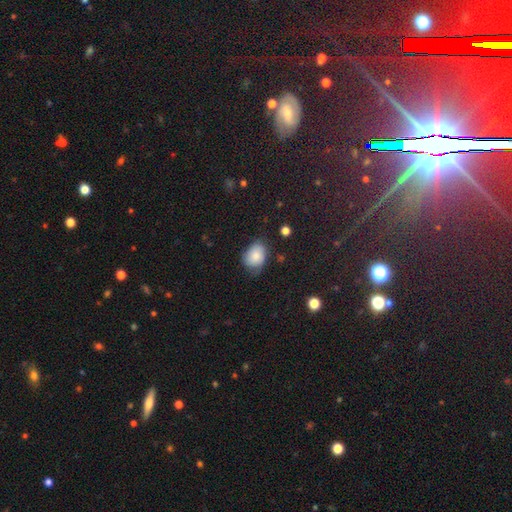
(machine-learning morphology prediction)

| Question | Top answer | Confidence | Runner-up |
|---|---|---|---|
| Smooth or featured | smooth | 78% | featured or disk (13%) |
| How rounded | in between | 59% | round (40%) |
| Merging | none | 54% | minor disturbance (35%) |